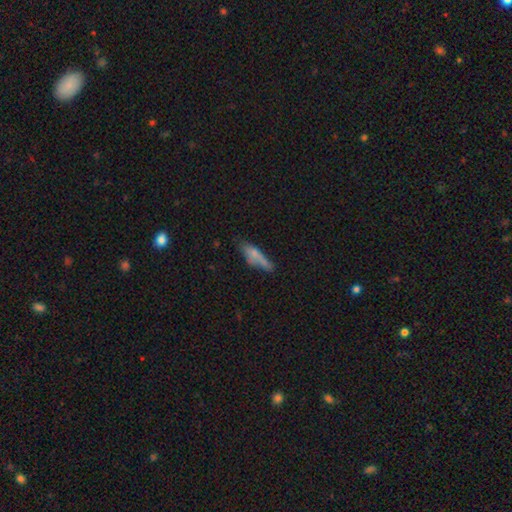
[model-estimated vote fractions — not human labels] Smooth or featured: smooth — 69% (featured or disk — 21%)
How rounded: cigar-shaped — 65% (in between — 33%)
Merging: none — 48% (minor disturbance — 27%)